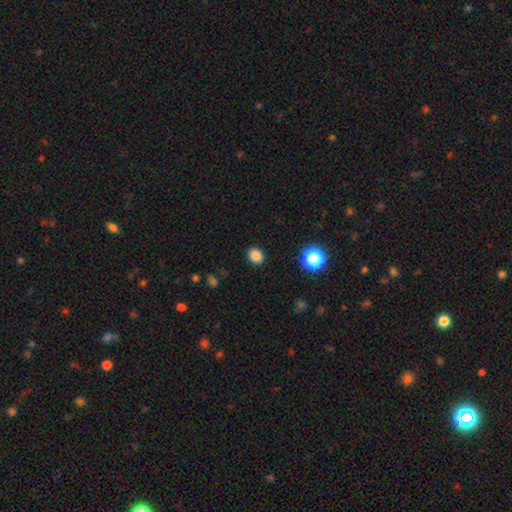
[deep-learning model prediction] A smooth galaxy with no disk features (84%) that is round (52%). Merging: none (89%).